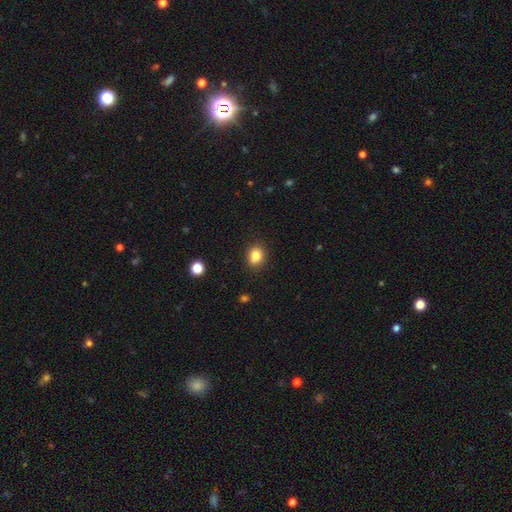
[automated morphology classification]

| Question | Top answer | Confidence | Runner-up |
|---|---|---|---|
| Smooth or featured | smooth | 84% | star or artifact (11%) |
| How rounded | round | 56% | in between (43%) |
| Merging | none | 87% | minor disturbance (10%) |